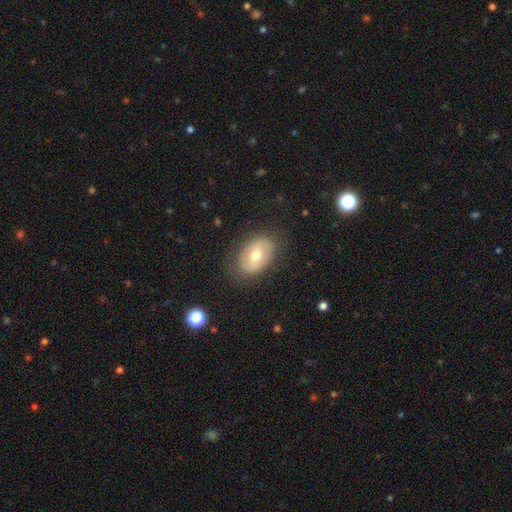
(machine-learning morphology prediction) This appears to be a smooth galaxy with no disk features (56%) that is in between round and cigar-shaped (83%). Merging: none (80%).